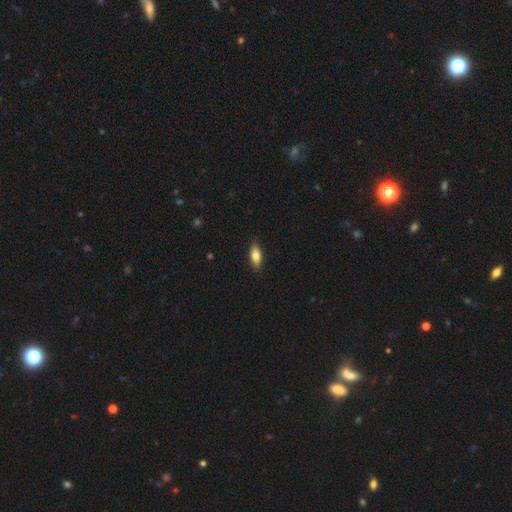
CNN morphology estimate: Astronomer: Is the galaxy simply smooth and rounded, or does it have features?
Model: smooth — 76%.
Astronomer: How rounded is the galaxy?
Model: in between — 75%.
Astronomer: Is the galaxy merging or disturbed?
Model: none — 87%.